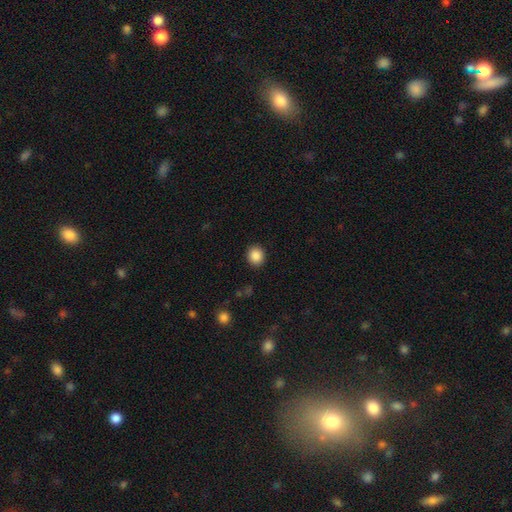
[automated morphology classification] smooth-or-featured: smooth: 88% | star or artifact: 9% | featured or disk: 3%
  how-rounded: round: 80% | in between: 19% | cigar-shaped: 1%
  merging: none: 91% | minor disturbance: 6% | major disturbance: 2% | merger: 1%